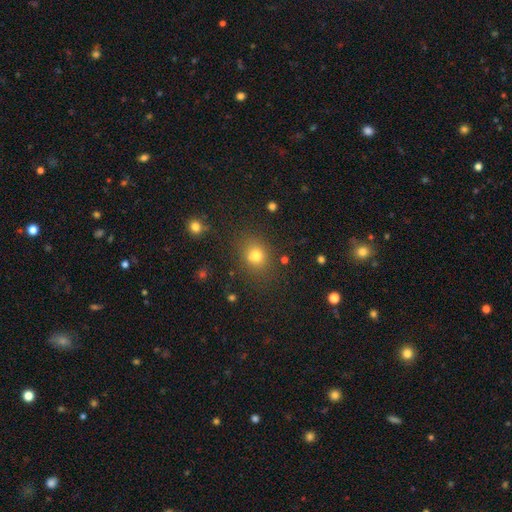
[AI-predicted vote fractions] Smooth or featured: smooth — 73% (star or artifact — 17%)
How rounded: round — 64% (in between — 35%)
Merging: none — 67% (minor disturbance — 14%)